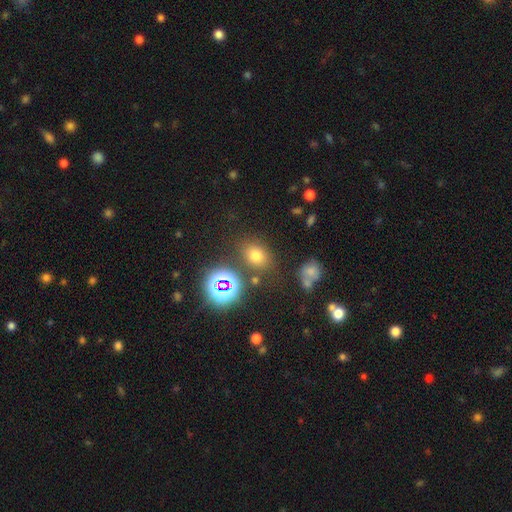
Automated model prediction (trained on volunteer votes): This is likely a smooth galaxy (67%). How rounded: possibly in between (57%). Merging: likely none (77%).